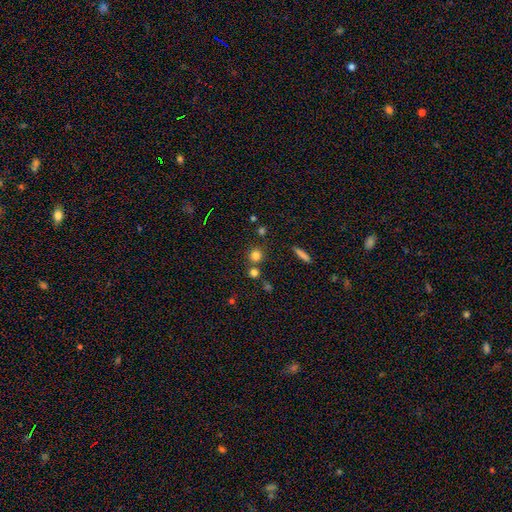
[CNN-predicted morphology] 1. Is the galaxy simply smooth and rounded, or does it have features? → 79% smooth, 14% star or artifact, 7% featured or disk.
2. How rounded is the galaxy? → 92% round, 7% in between, 2% cigar-shaped.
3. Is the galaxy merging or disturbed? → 75% none, 15% merger, 7% minor disturbance, 3% major disturbance.